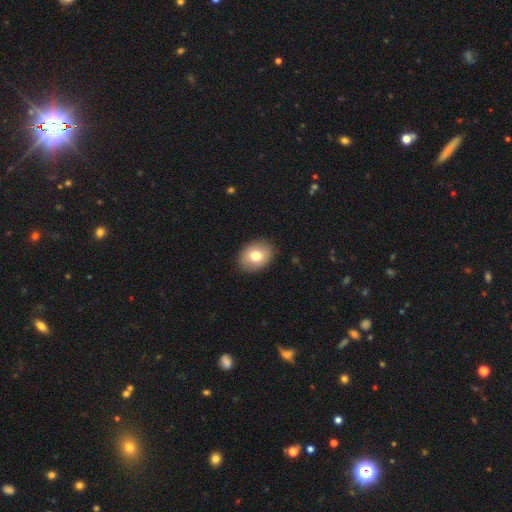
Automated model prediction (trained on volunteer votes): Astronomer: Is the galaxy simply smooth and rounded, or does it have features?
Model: smooth — 77%.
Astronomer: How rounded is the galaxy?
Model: in between — 65%.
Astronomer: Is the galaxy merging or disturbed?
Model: none — 89%.